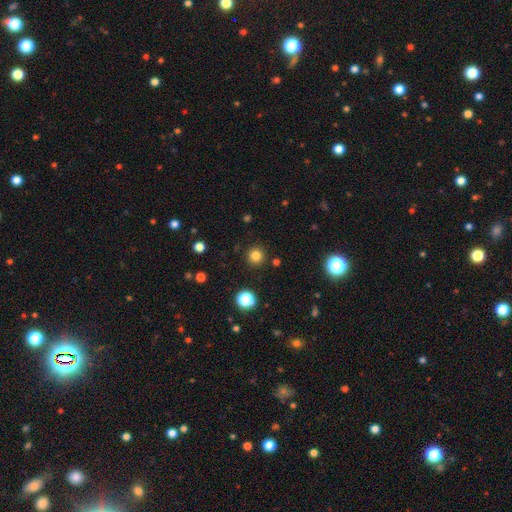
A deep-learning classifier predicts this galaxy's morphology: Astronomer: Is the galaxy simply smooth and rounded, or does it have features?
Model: smooth — 81%.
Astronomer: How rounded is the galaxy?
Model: round — 95%.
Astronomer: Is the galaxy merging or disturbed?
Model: none — 90%.